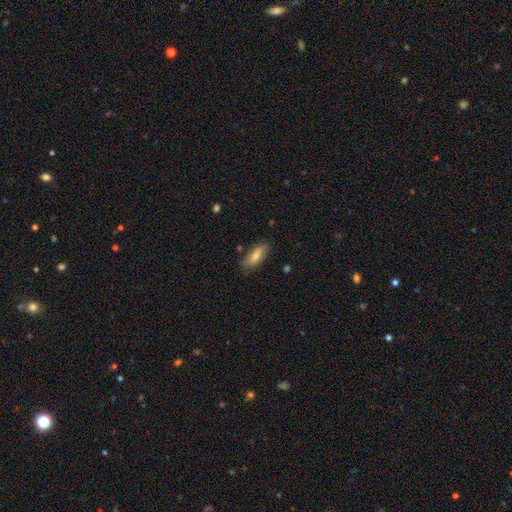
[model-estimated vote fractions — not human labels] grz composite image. It shows a smooth galaxy with no disk features (67%) that is in between round and cigar-shaped (69%). Merging: none (80%).